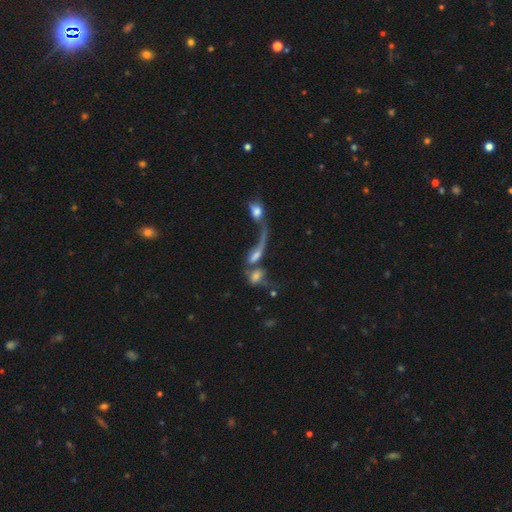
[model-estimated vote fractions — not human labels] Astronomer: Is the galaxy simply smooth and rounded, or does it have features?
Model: featured or disk — 48% (runner-up: smooth, 37%).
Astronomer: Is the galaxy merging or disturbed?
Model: merger — 68%.